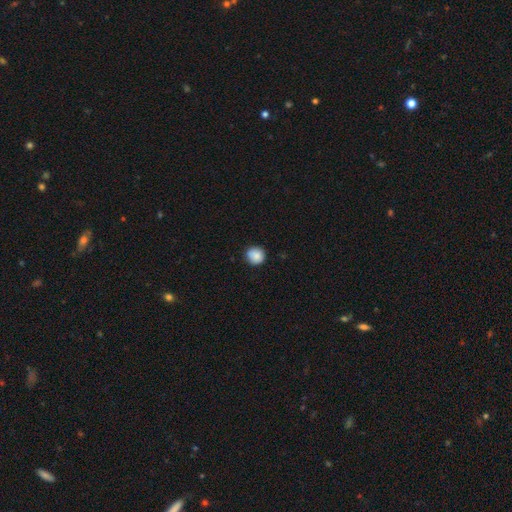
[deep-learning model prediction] The model was most divided on "merging": none: 87%, minor disturbance: 10%, major disturbance: 2%, merger: 1%. More confident: how rounded — round (92%); smooth or featured — smooth (86%).